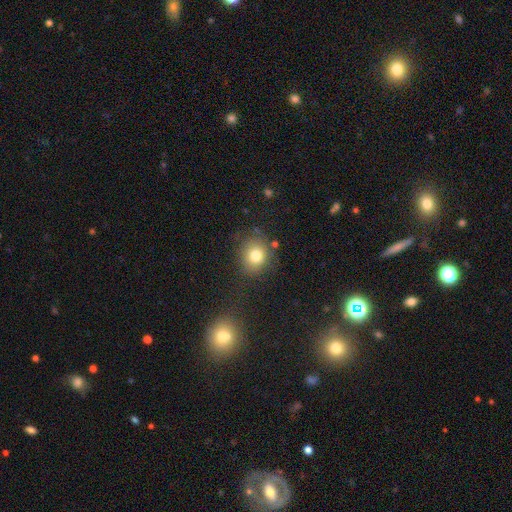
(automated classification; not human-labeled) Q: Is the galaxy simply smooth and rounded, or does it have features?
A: smooth — 79%.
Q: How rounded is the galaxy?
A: round — 74%.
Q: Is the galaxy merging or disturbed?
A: none — 77%.